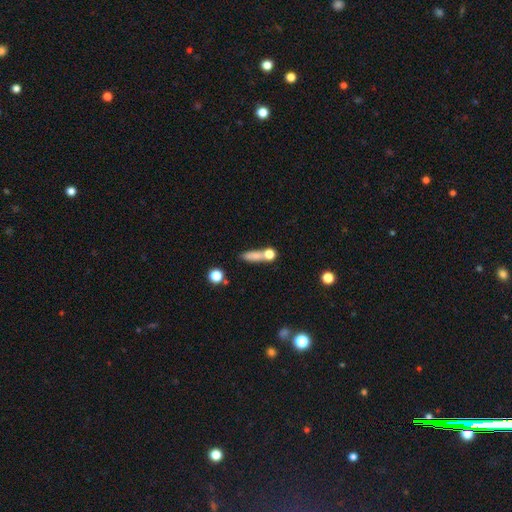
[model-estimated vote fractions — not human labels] smooth 71%, featured or disk 17%, star or artifact 12%. Down the decision tree: how rounded — cigar-shaped (54%); merging — none (51%).